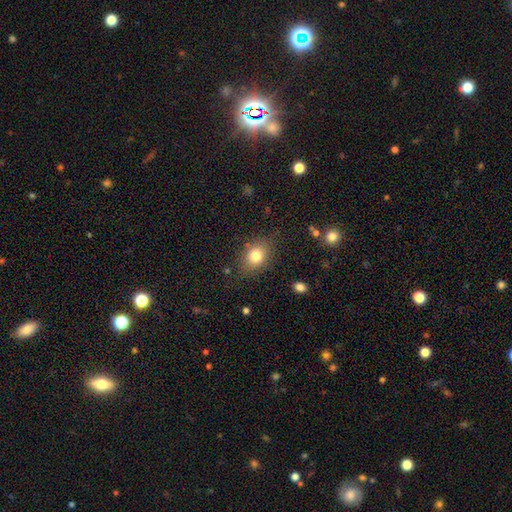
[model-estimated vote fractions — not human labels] Smooth or featured?
  - smooth: 80% *
  - star or artifact: 10%
  - featured or disk: 10%
How rounded?
  - in between: 59% *
  - round: 39%
  - cigar-shaped: 1%
Merging?
  - none: 78% *
  - minor disturbance: 15%
  - major disturbance: 5%
  - merger: 2%